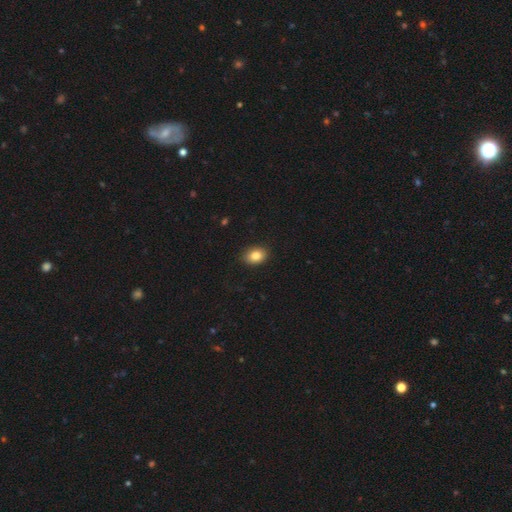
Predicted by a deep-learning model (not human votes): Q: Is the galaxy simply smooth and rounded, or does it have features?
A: smooth — 84%.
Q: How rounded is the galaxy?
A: in between — 69%.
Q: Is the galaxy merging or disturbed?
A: none — 88%.